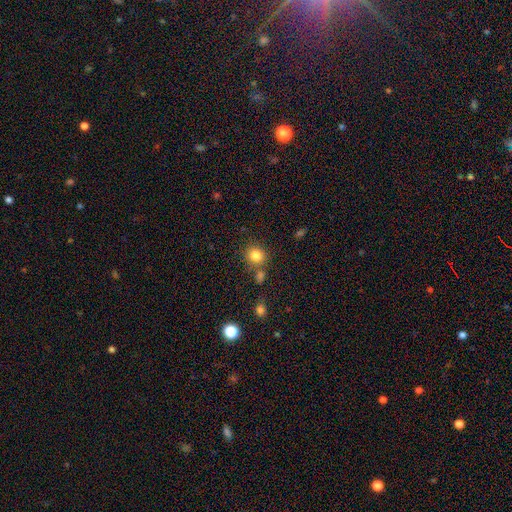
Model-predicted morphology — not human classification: smooth 82%, star or artifact 12%, featured or disk 6%. Down the decision tree: how rounded — round (77%); merging — none (70%).